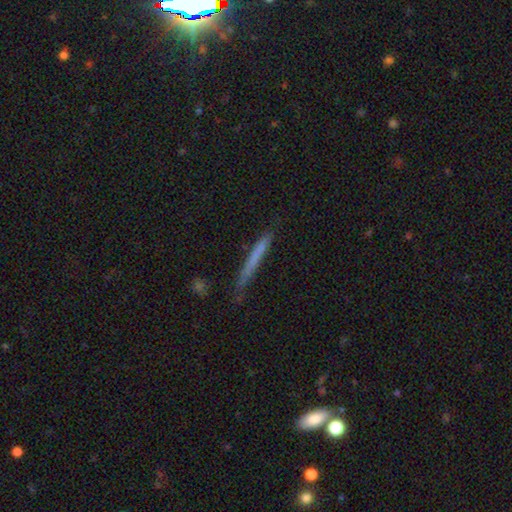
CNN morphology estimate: Overall: smooth (64%; featured or disk 29%). How rounded: cigar-shaped (96%). Merging: none (74%).